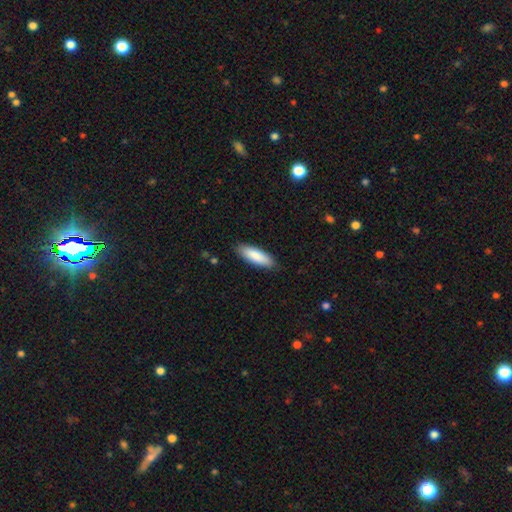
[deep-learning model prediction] Smooth or featured: smooth — 87% (featured or disk — 8%)
How rounded: in between — 52% (cigar-shaped — 46%)
Merging: none — 88% (minor disturbance — 9%)